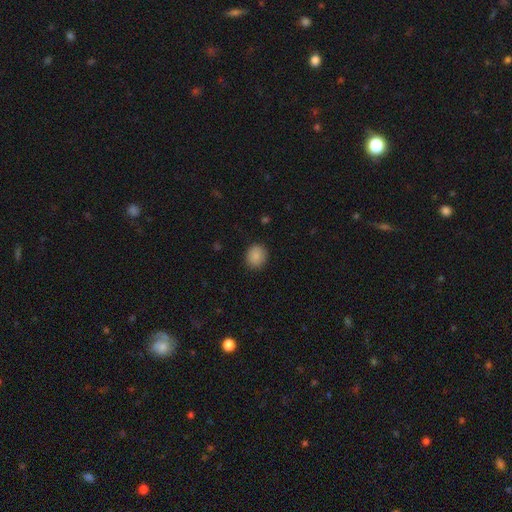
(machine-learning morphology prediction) Smooth or featured: smooth — 88% (star or artifact — 9%)
How rounded: round — 75% (in between — 24%)
Merging: none — 87% (minor disturbance — 9%)